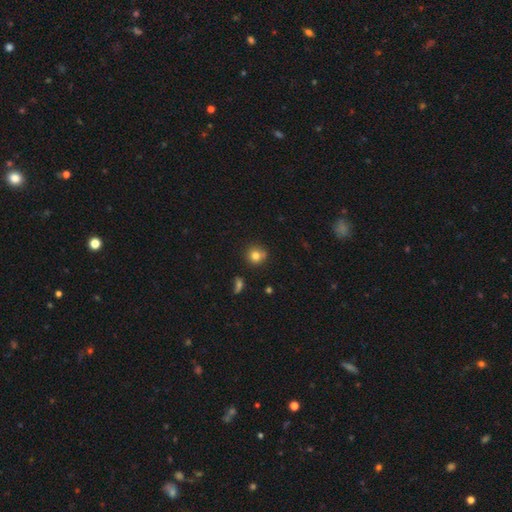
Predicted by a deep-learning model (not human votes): Smooth or featured? Predicted: smooth (p=0.79). How rounded? Predicted: round (p=0.90). Merging? Predicted: none (p=0.72).